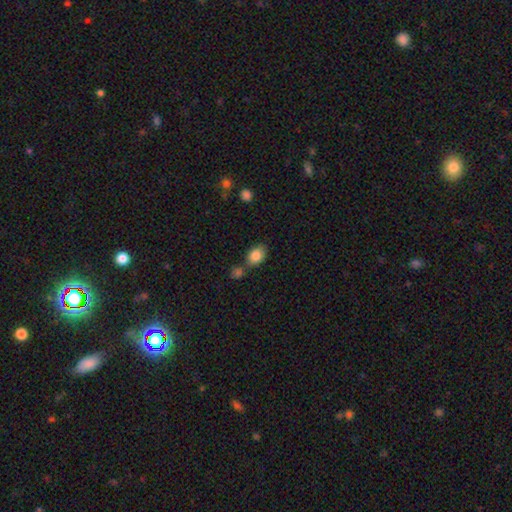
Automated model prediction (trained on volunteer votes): The model was most divided on "merging": none: 56%, merger: 26%, minor disturbance: 15%, major disturbance: 4%. More confident: smooth or featured — smooth (84%); how rounded — in between (76%).